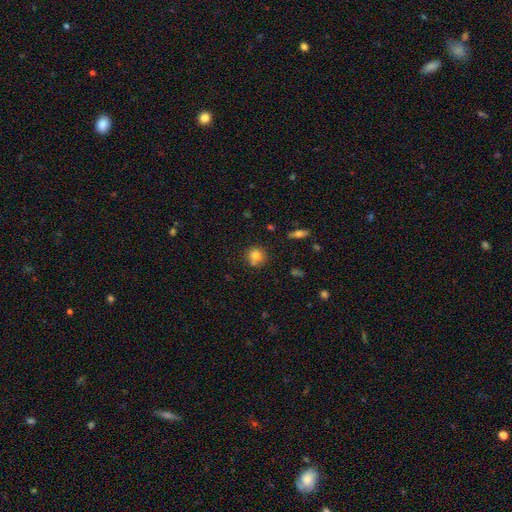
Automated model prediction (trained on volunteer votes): A smooth galaxy with no disk features (78%) that is round (90%).

Vote fractions:
- Smooth or featured? smooth: 78% / star or artifact: 11% / featured or disk: 11%
- How rounded? round: 90% / in between: 9% / cigar-shaped: 1%
- Merging? none: 69% / minor disturbance: 14% / merger: 13% / major disturbance: 3%